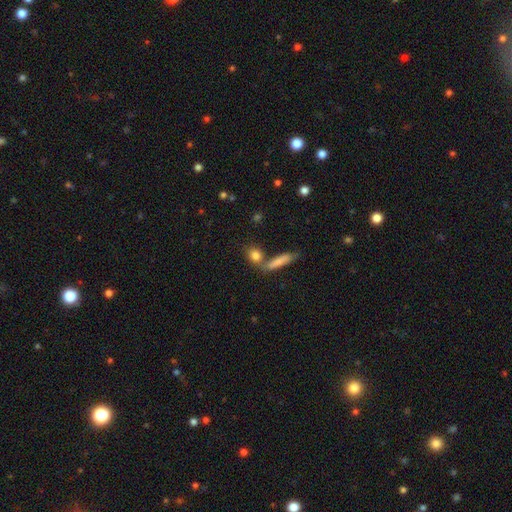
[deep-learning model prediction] smooth_or_featured: smooth (p=0.80) [alt: featured or disk p=0.11]
how_rounded: round (p=0.52) [alt: in between p=0.31]
merging: none (p=0.60) [alt: merger p=0.25]